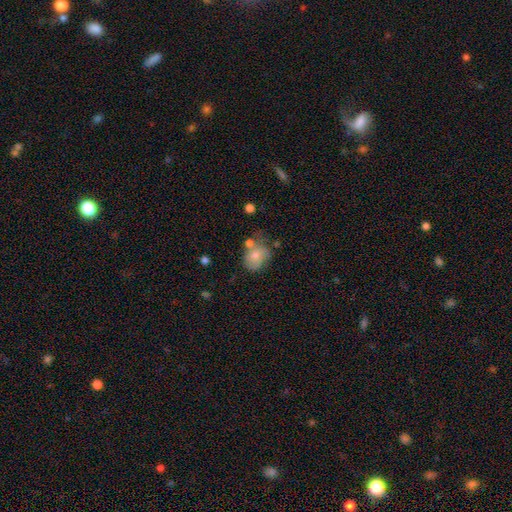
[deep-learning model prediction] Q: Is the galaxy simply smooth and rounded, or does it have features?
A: smooth — 70%.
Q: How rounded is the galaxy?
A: in between — 55%.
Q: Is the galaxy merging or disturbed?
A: none — 42%.